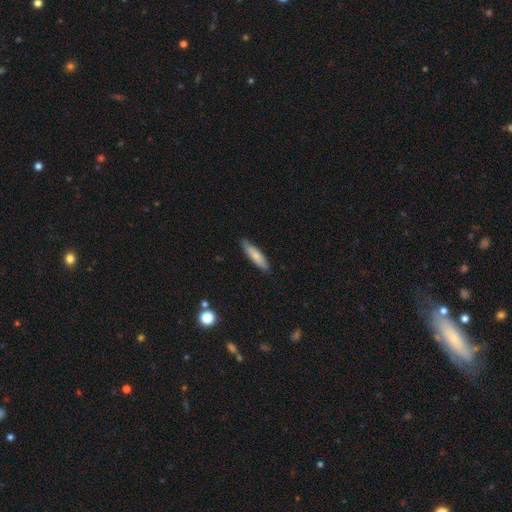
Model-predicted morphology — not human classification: smooth 74%, featured or disk 20%, star or artifact 6%. Down the decision tree: how rounded — cigar-shaped (73%); merging — none (83%).